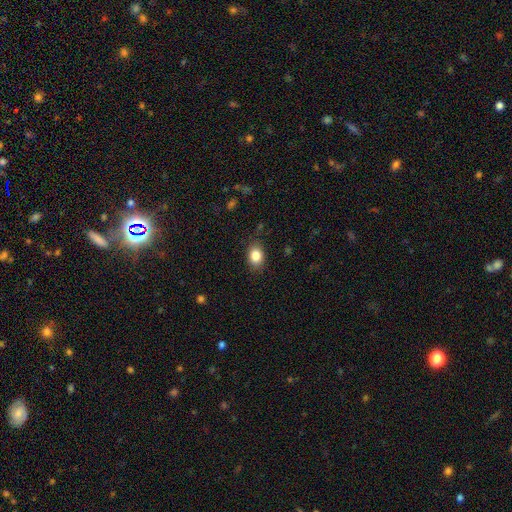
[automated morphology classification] This appears to be a smooth galaxy with no disk features (84%) that is in between round and cigar-shaped (63%). Merging: none (84%).